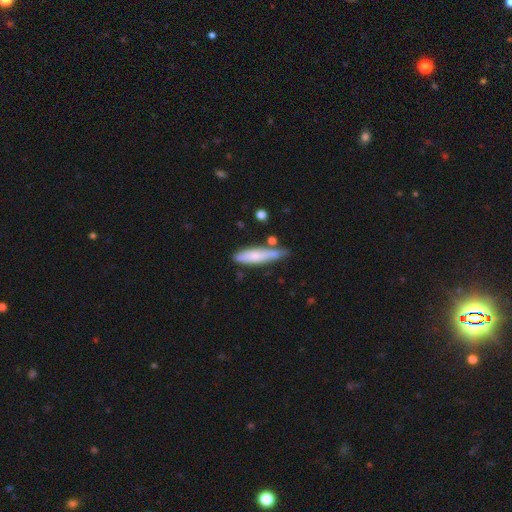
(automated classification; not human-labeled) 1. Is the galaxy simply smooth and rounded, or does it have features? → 70% smooth, 24% featured or disk, 6% star or artifact.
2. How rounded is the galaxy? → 76% cigar-shaped, 22% in between, 2% round.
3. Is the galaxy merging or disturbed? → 63% none, 24% minor disturbance, 8% merger, 4% major disturbance.